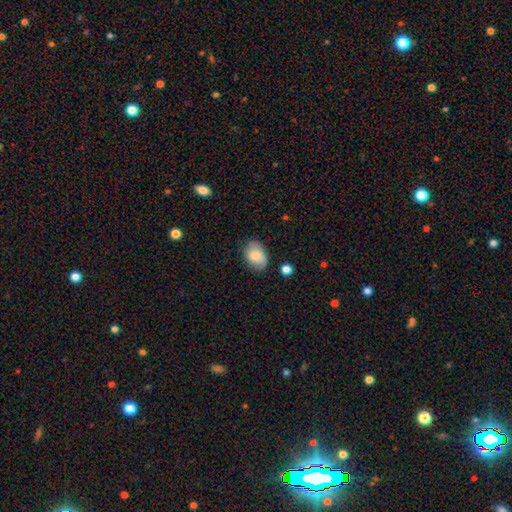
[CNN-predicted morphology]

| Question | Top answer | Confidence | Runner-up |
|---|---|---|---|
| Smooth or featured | smooth | 78% | featured or disk (14%) |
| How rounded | in between | 79% | round (20%) |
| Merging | none | 75% | minor disturbance (19%) |